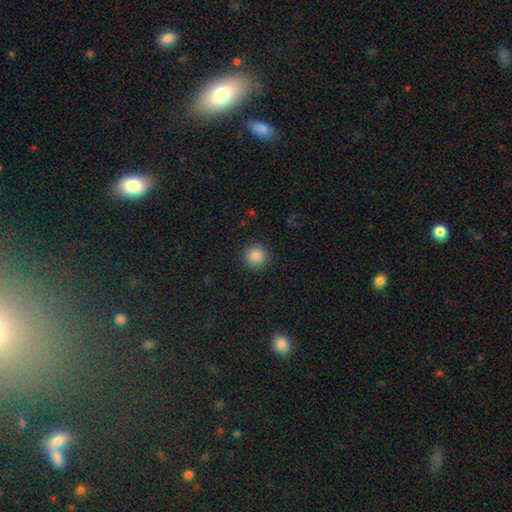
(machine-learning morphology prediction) smooth-or-featured: smooth: 87% | star or artifact: 10% | featured or disk: 3%
  how-rounded: round: 95% | in between: 4% | cigar-shaped: 1%
  merging: none: 91% | minor disturbance: 6% | major disturbance: 2% | merger: 1%